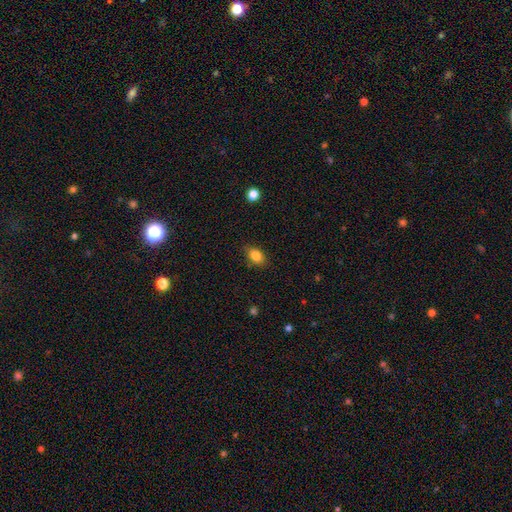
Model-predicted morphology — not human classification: Overall: smooth (84%). How rounded: in between (79%). Merging: none (84%).